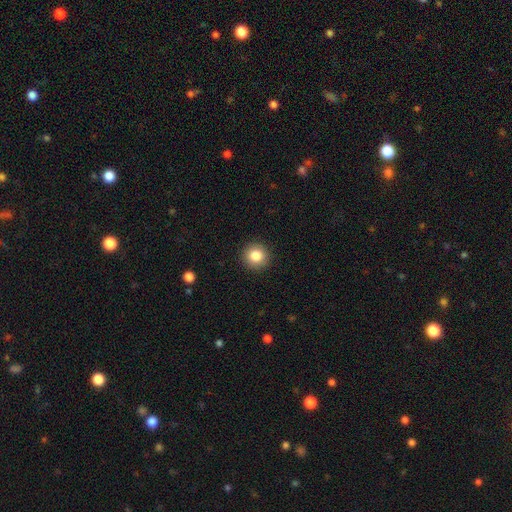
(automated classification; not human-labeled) Morphology: type=smooth (84%); roundness=round (94%); merging=none (92%).